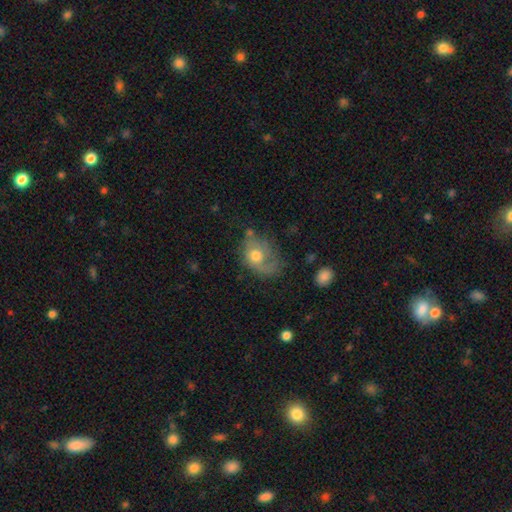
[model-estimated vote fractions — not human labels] smooth_or_featured: featured or disk (p=0.46) [tied with: smooth p=0.46]
merging: none (p=0.40) [alt: minor disturbance p=0.29]